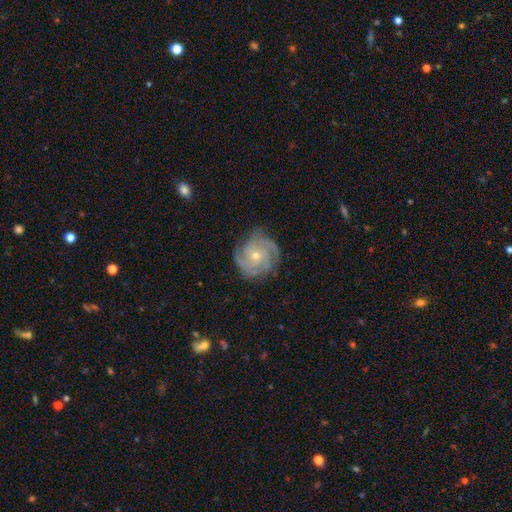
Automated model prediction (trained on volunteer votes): Smooth or featured? featured or disk (89%)
Edge-on disk? no (98%)
Bar? no (75%)
Spiral arms? yes (98%)
Spiral winding? tight (69%)
Spiral arm count? 3 (42%)
Bulge size? small (64%)
Merging? none (81%)